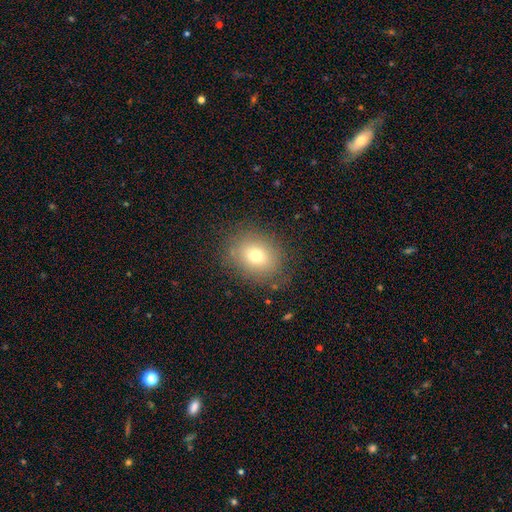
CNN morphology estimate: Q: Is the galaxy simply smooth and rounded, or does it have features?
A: smooth — 73%.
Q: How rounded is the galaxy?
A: round — 62%.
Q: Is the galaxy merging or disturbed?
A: none — 82%.